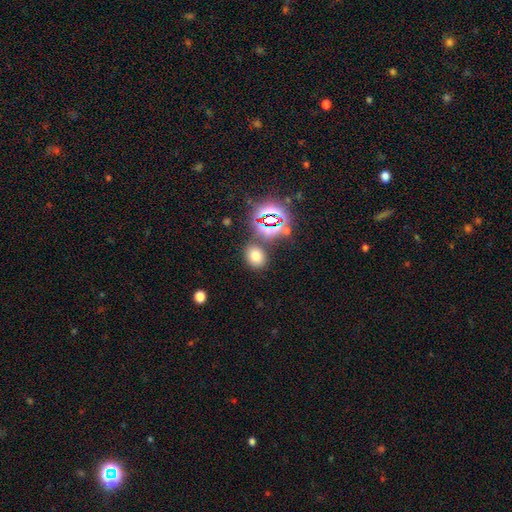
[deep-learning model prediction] Q: Smooth or featured?
A: smooth (69%); runner-up: star or artifact (24%)
Q: How rounded?
A: in between (50%); runner-up: round (48%)
Q: Merging?
A: none (78%); runner-up: minor disturbance (10%)